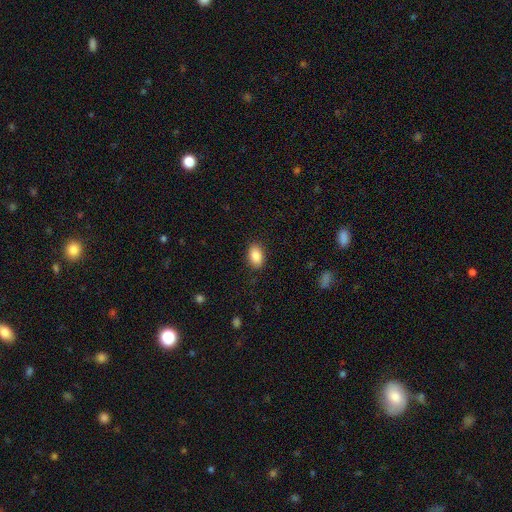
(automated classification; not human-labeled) A smooth galaxy with no disk features (88%) that is in between round and cigar-shaped (88%). Merging: none (88%).